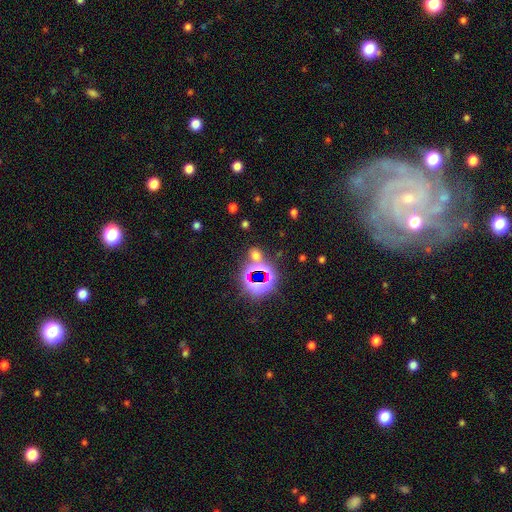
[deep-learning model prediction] Smooth or featured?
  - star or artifact: 51% *
  - smooth: 42%
  - featured or disk: 7%